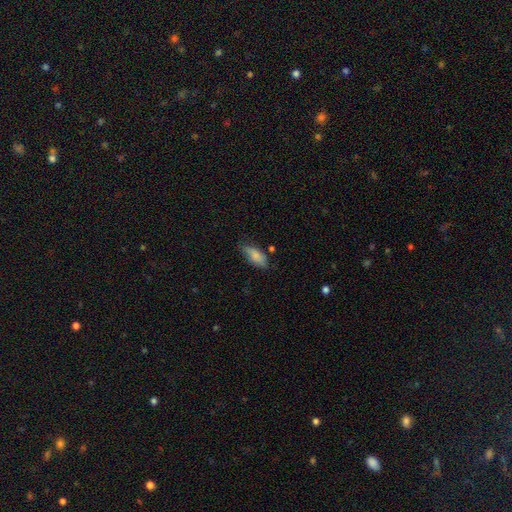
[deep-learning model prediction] Smooth or featured: smooth — 82% (featured or disk — 12%)
How rounded: in between — 81% (cigar-shaped — 17%)
Merging: none — 67% (minor disturbance — 26%)